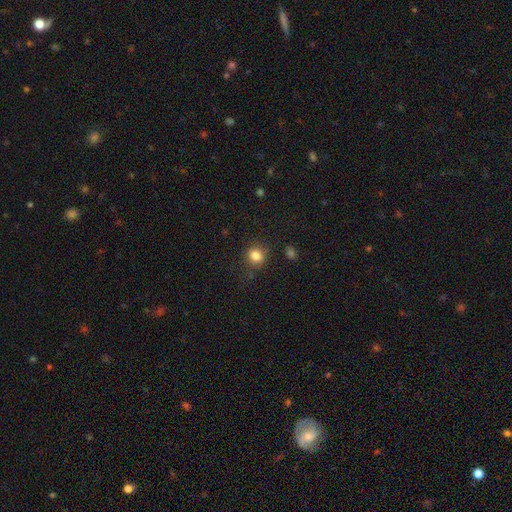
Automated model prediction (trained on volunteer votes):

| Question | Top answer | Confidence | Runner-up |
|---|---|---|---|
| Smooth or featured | smooth | 83% | star or artifact (11%) |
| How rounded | round | 71% | in between (28%) |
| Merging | none | 80% | minor disturbance (14%) |